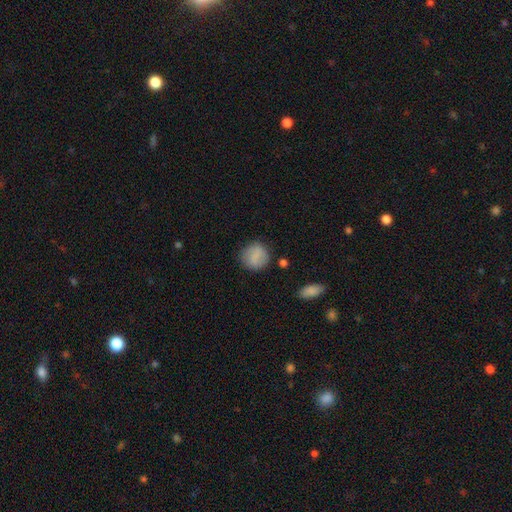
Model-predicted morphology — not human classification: This appears to be a smooth galaxy with no disk features (78%) that is round (82%). Merging: none (80%).